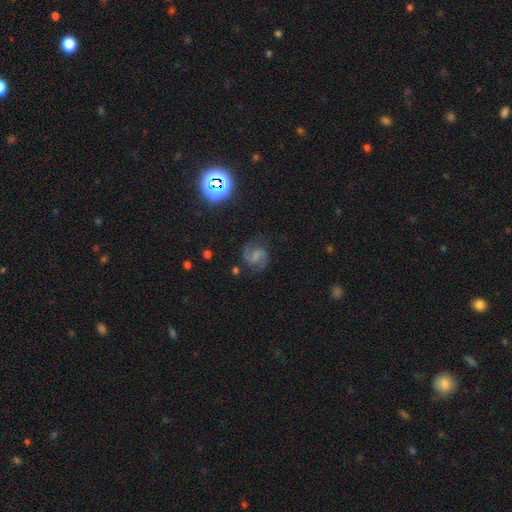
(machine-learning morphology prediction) The model was most divided on "bar": weak: 48%, no: 29%, strong: 23%. More confident: edge-on disk — no (98%); spiral arms — yes (95%); spiral arm count — 2 (91%); smooth or featured — featured or disk (75%); merging — none (74%); bulge size — none (55%); spiral winding — medium (54%).